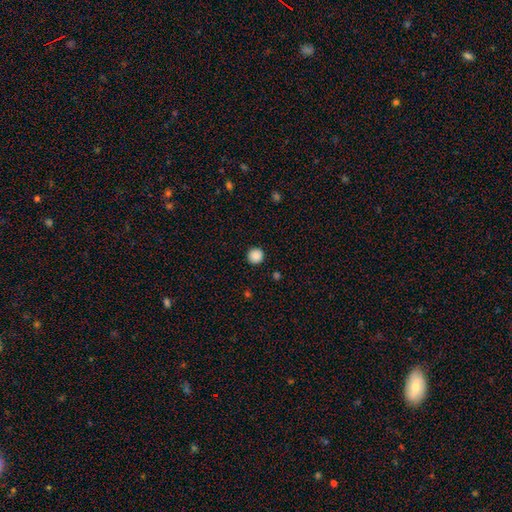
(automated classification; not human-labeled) The model was most divided on "smooth or featured": smooth: 88%, star or artifact: 10%, featured or disk: 2%. More confident: how rounded — round (95%); merging — none (92%).